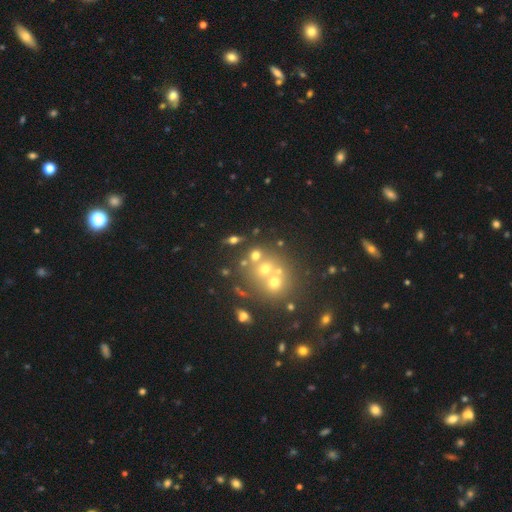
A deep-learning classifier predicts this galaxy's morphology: The model was most divided on "merging": none: 48%, merger: 37%, minor disturbance: 10%, major disturbance: 5%. More confident: how rounded — round (72%); smooth or featured — smooth (53%).